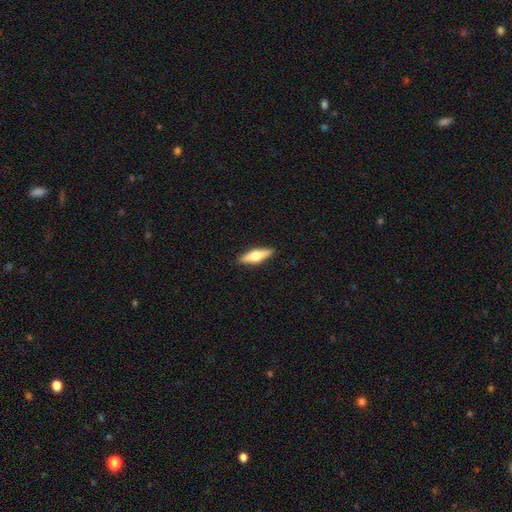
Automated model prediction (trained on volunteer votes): A smooth galaxy with no disk features (49%).

Vote fractions:
- Smooth or featured? smooth: 49% / featured or disk: 45% / star or artifact: 6%
- Merging? none: 90% / minor disturbance: 7% / major disturbance: 2% / merger: 1%